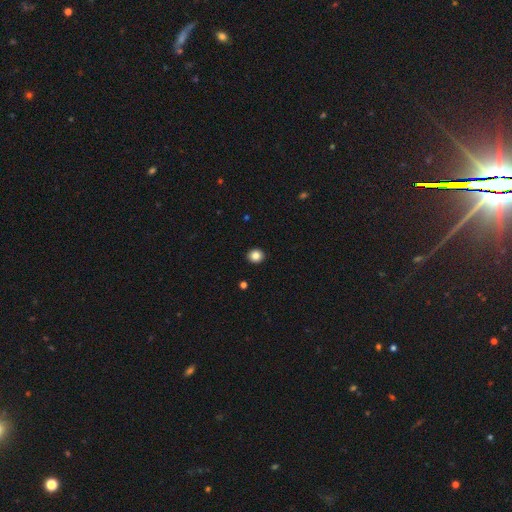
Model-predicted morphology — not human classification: A smooth galaxy with no disk features (84%) that is round (85%). Merging: none (93%).